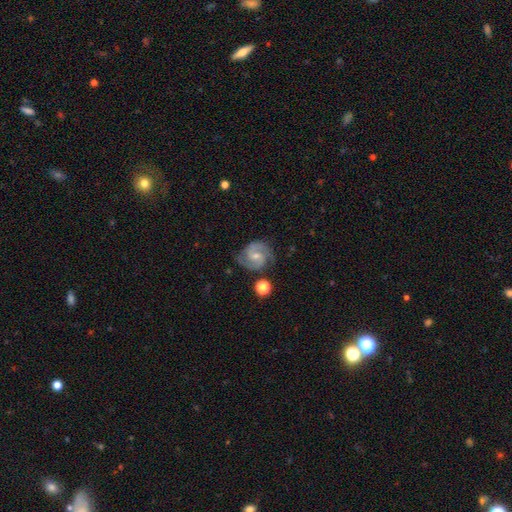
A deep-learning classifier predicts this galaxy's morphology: featured or disk 87%, smooth 8%, star or artifact 5%. Down the decision tree: edge-on disk — no (98%); bar — weak (50%); spiral arms — yes (98%); spiral arm count — 2 (89%); spiral winding — medium (52%); bulge size — small (53%); merging — none (78%).